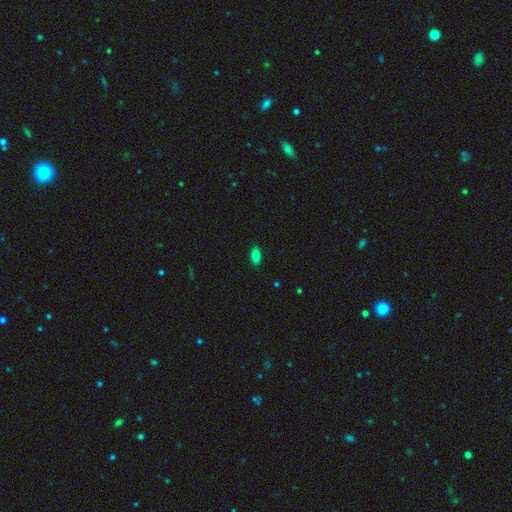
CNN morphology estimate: smooth_or_featured: smooth (p=0.82) [alt: star or artifact p=0.10]
how_rounded: in between (p=0.88) [alt: cigar-shaped p=0.08]
merging: none (p=0.86) [alt: minor disturbance p=0.11]